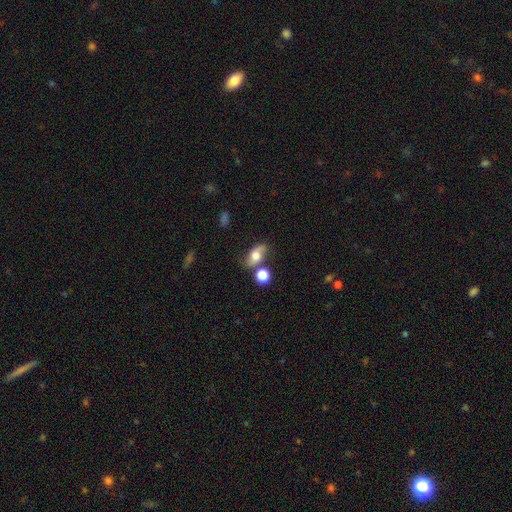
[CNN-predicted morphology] type=featured or disk (46%); merging=none (61%).